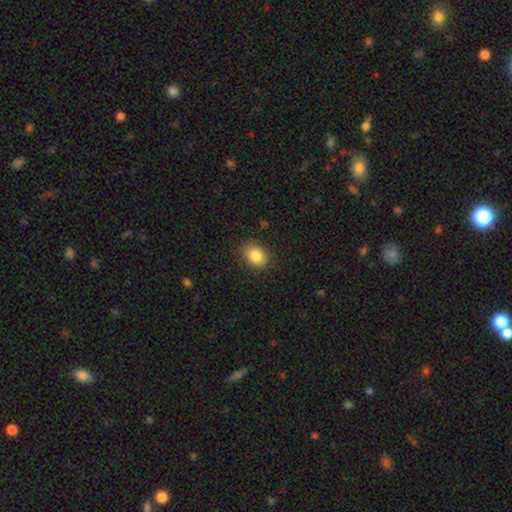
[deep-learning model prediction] The model was most divided on "how rounded": in between: 62%, round: 37%, cigar-shaped: 1%. More confident: merging — none (86%); smooth or featured — smooth (85%).